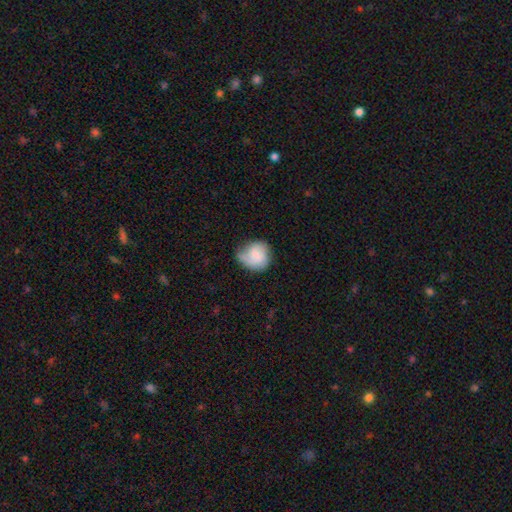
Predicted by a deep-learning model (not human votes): This is possibly a smooth galaxy (59%). How rounded: likely round (77%). Merging: possibly none (46%).